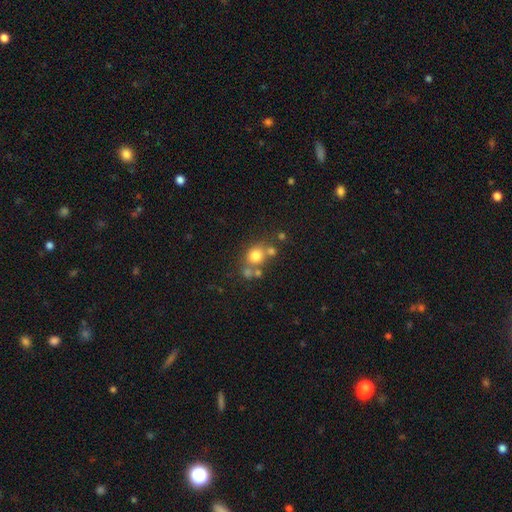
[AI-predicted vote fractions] Smooth or featured? Predicted: smooth (p=0.72). How rounded? Predicted: round (p=0.81). Merging? Predicted: none (p=0.56).